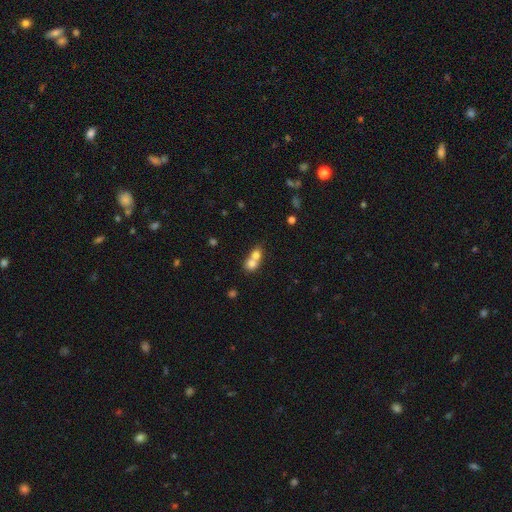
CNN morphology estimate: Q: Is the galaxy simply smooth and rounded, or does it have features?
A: smooth — 74%.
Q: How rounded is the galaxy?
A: round — 64%.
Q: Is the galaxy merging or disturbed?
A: merger — 71%.